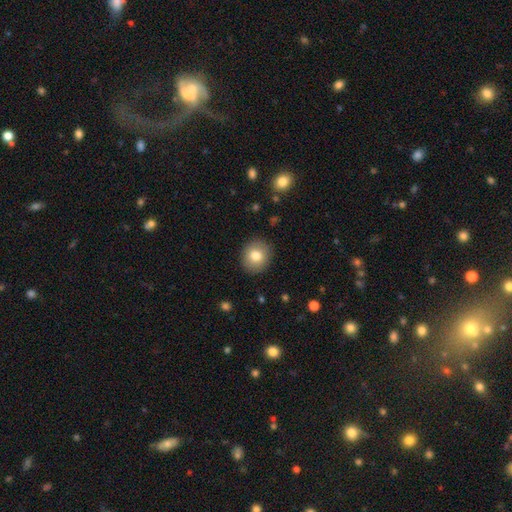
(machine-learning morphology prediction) This appears to be a smooth galaxy with no disk features (80%) that is round (81%). Merging: none (90%).